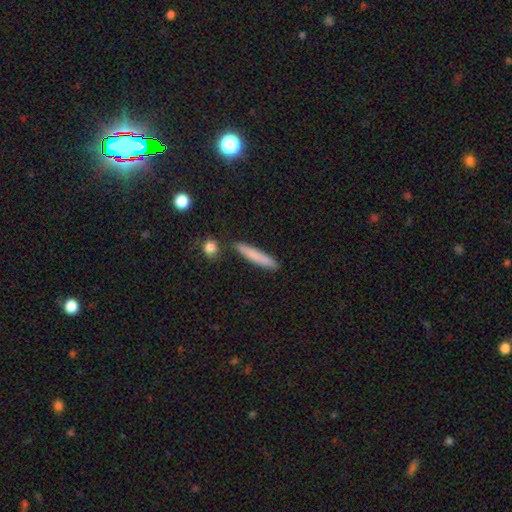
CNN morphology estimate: Smooth or featured? Predicted: smooth (p=0.78). How rounded? Predicted: cigar-shaped (p=0.93). Merging? Predicted: none (p=0.85).